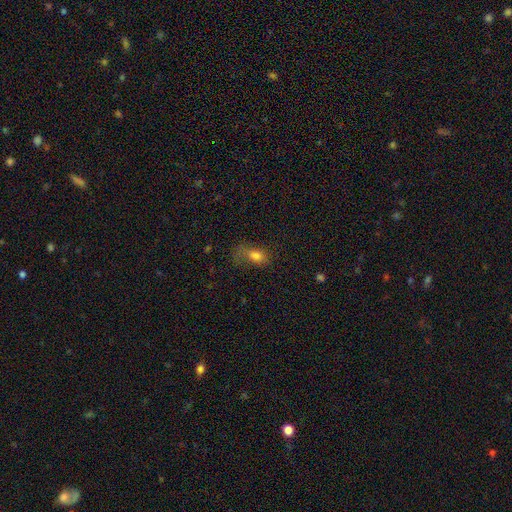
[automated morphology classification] Smooth or featured? smooth (75%)
How rounded? in between (81%)
Merging? major disturbance (34%, tied with none)